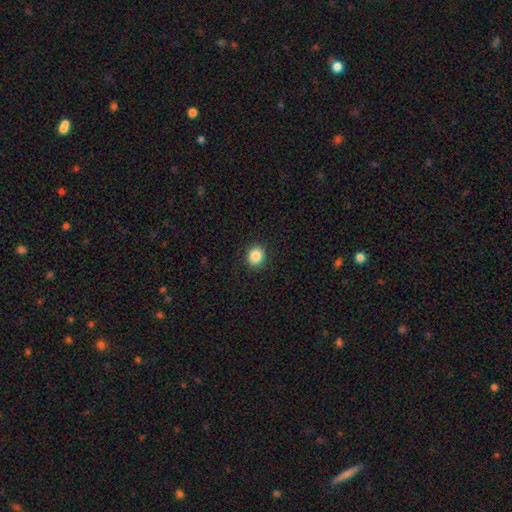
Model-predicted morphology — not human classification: smooth-or-featured: smooth: 87% | star or artifact: 10% | featured or disk: 4%
  how-rounded: round: 74% | in between: 25% | cigar-shaped: 1%
  merging: none: 91% | minor disturbance: 6% | major disturbance: 2% | merger: 1%